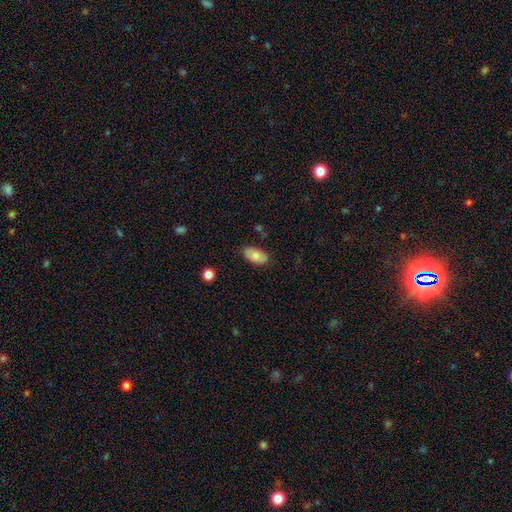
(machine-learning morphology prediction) Smooth or featured: smooth — 75% (featured or disk — 18%)
How rounded: in between — 94% (round — 4%)
Merging: none — 82% (minor disturbance — 14%)